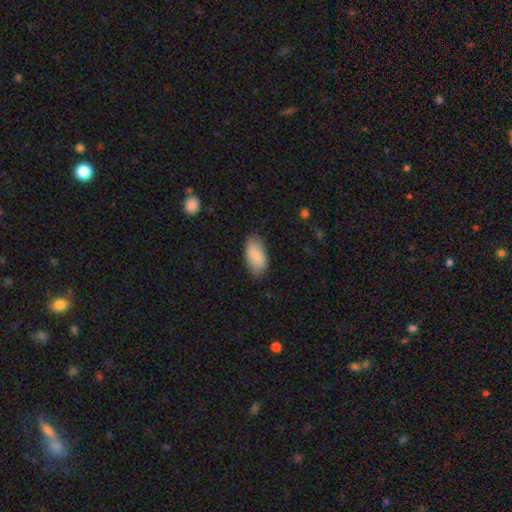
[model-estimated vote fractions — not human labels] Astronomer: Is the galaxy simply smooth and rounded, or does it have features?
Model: smooth — 85%.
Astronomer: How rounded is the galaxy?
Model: in between — 94%.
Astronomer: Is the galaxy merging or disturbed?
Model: none — 80%.